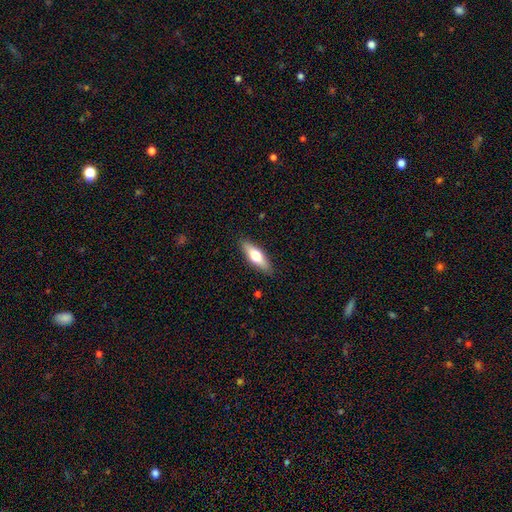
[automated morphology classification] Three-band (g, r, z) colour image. It shows a smooth galaxy with no disk features (60%) that is in between round and cigar-shaped (49%, tied with cigar-shaped). Merging: none (88%).